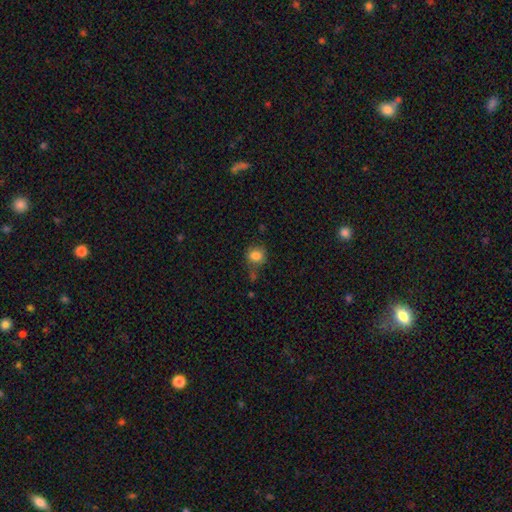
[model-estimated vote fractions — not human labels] A smooth galaxy with no disk features (83%) that is round (76%).

Vote fractions:
- Smooth or featured? smooth: 83% / star or artifact: 10% / featured or disk: 6%
- How rounded? round: 76% / in between: 23% / cigar-shaped: 1%
- Merging? none: 68% / minor disturbance: 18% / merger: 8% / major disturbance: 6%